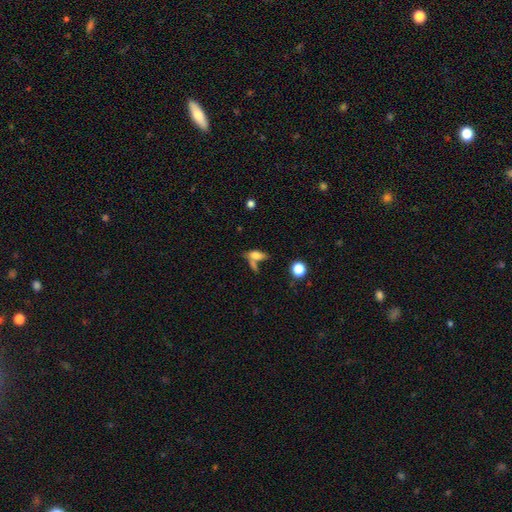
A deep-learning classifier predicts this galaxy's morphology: smooth_or_featured: smooth (p=0.68) [alt: featured or disk p=0.21]
how_rounded: in between (p=0.69) [alt: cigar-shaped p=0.23]
merging: none (p=0.43) [alt: merger p=0.32]